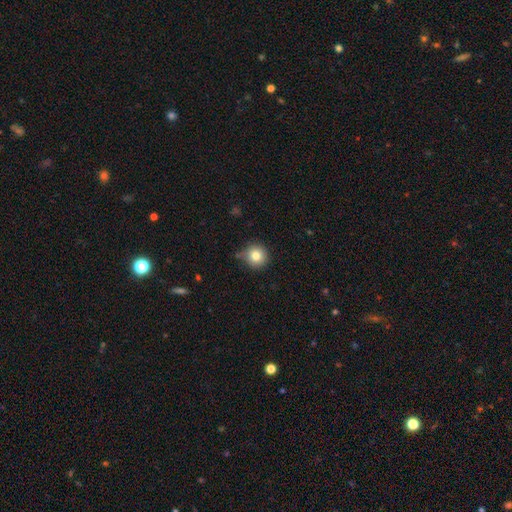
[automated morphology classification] smooth-or-featured: smooth: 81% | star or artifact: 11% | featured or disk: 8%
  how-rounded: round: 94% | in between: 5% | cigar-shaped: 1%
  merging: none: 72% | minor disturbance: 20% | major disturbance: 4% | merger: 4%